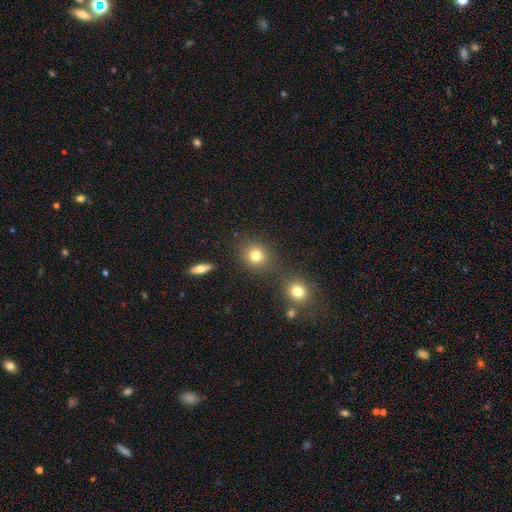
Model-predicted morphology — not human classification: This appears to be a smooth galaxy with no disk features (77%) that is round (82%). Merging: none (76%).